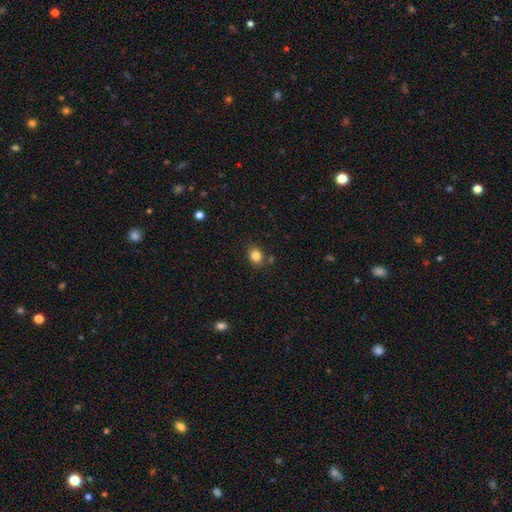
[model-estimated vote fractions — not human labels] Smooth or featured: smooth — 84% (star or artifact — 11%)
How rounded: in between — 54% (round — 45%)
Merging: none — 82% (minor disturbance — 11%)